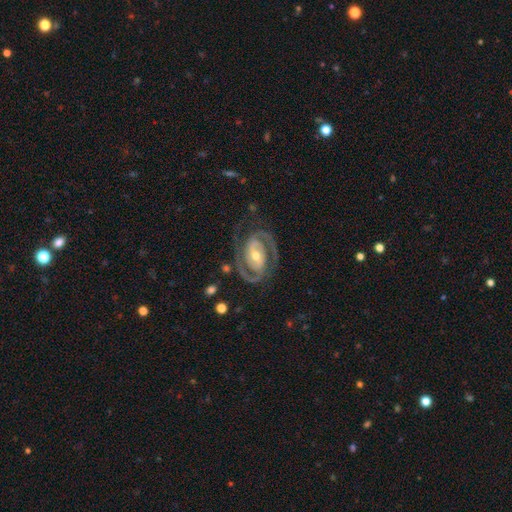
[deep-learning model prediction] Q: Smooth or featured?
A: featured or disk (92%); runner-up: star or artifact (4%)
Q: Edge-on disk?
A: no (97%); runner-up: yes (3%)
Q: Bar?
A: strong (34%); tied with: weak (34%)
Q: Spiral arms?
A: yes (98%); runner-up: no (2%)
Q: Spiral winding?
A: tight (50%); runner-up: medium (43%)
Q: Spiral arm count?
A: 2 (91%); runner-up: 3 (3%)
Q: Bulge size?
A: moderate (56%); runner-up: small (39%)
Q: Merging?
A: none (78%); runner-up: minor disturbance (13%)